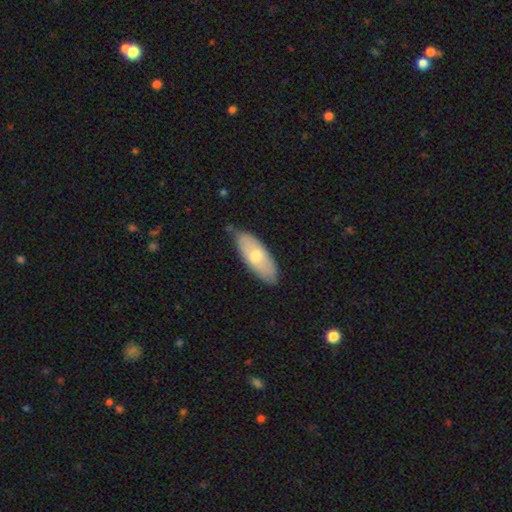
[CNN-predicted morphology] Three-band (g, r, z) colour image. It shows a smooth galaxy with no disk features (64%) that is in between round and cigar-shaped (79%). Merging: none (74%).